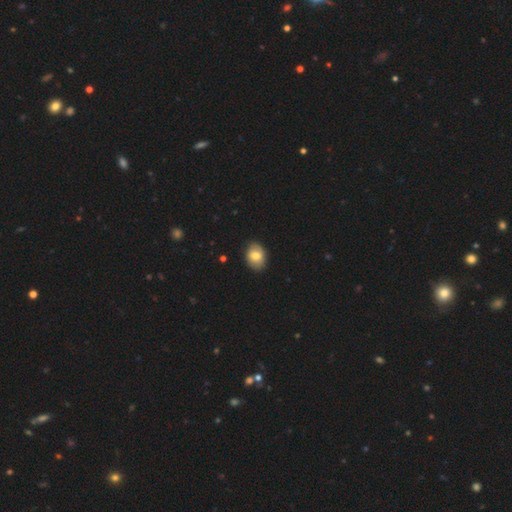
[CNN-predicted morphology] smooth 74%, featured or disk 19%, star or artifact 7%. Down the decision tree: how rounded — in between (70%); merging — none (85%).